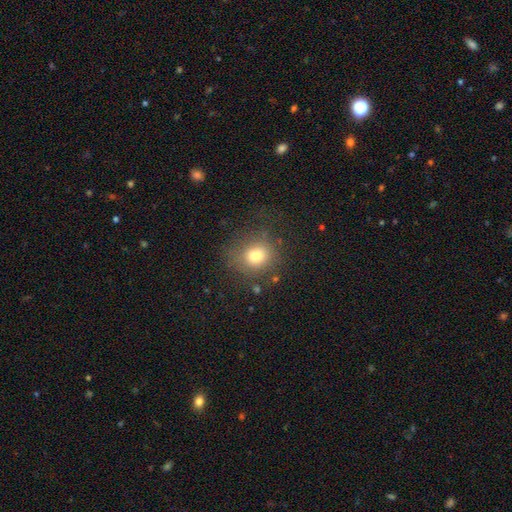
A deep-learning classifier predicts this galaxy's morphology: type=smooth (76%); roundness=round (82%); merging=none (76%).